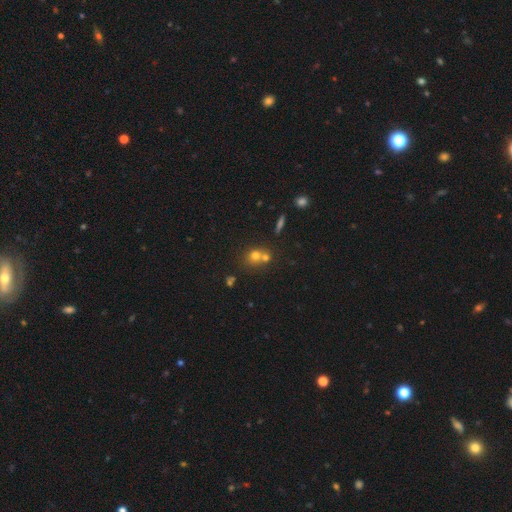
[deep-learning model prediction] smooth-or-featured: smooth: 68% | star or artifact: 17% | featured or disk: 15%
  how-rounded: round: 77% | in between: 22% | cigar-shaped: 1%
  merging: merger: 48% | none: 42% | minor disturbance: 7% | major disturbance: 3%